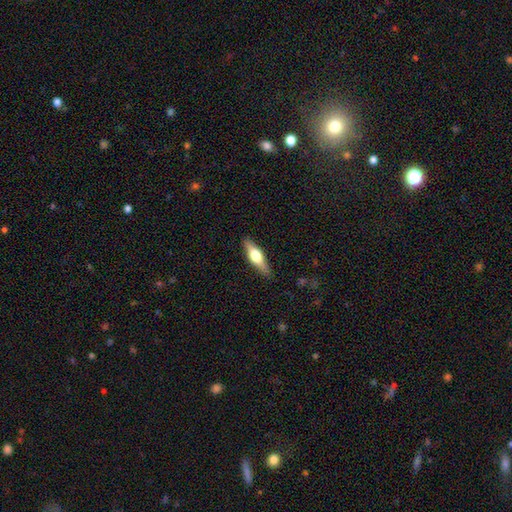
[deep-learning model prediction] This is possibly a featured or disk galaxy (50%). It is clearly viewed edge-on (93%). Merging: clearly none (87%).